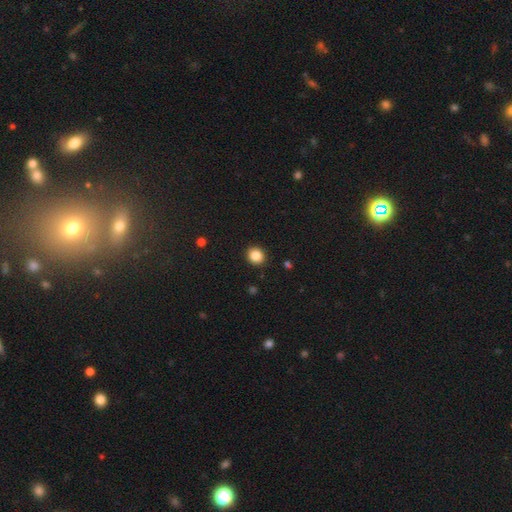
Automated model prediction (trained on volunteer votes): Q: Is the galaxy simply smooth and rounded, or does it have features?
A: smooth — 86%.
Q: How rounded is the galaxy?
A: round — 82%.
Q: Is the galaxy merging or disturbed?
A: none — 92%.